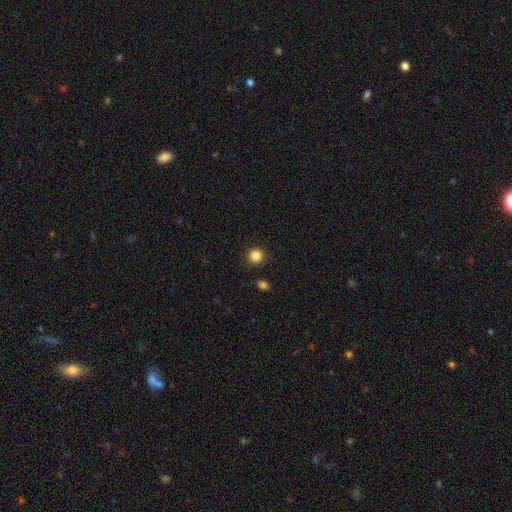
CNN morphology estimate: Smooth or featured?
  - smooth: 86% *
  - star or artifact: 11%
  - featured or disk: 3%
How rounded?
  - round: 94% *
  - in between: 5%
  - cigar-shaped: 1%
Merging?
  - none: 90% *
  - minor disturbance: 6%
  - major disturbance: 2%
  - merger: 2%